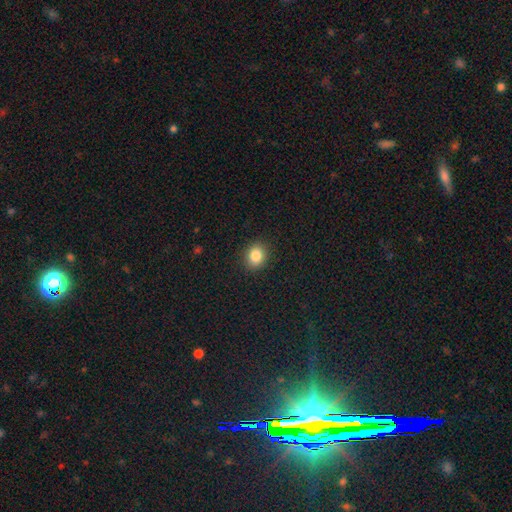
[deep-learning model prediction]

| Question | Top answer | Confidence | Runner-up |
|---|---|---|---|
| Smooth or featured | smooth | 85% | star or artifact (10%) |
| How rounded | round | 59% | in between (40%) |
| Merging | none | 90% | minor disturbance (7%) |